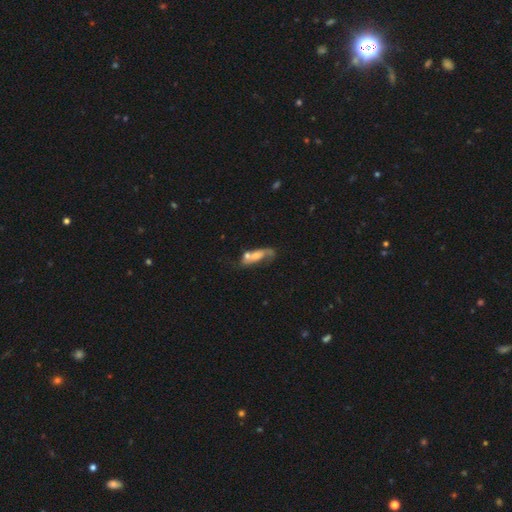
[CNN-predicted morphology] Smooth or featured: smooth — 47% (featured or disk — 43%)
Merging: merger — 34% (none — 28%)